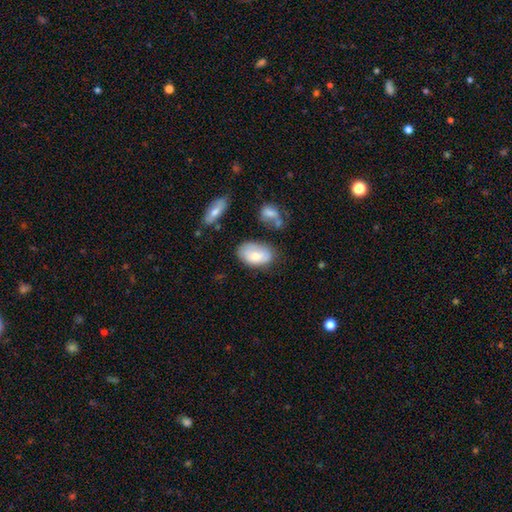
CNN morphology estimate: type=smooth (73%); roundness=in between (92%); merging=none (57%).